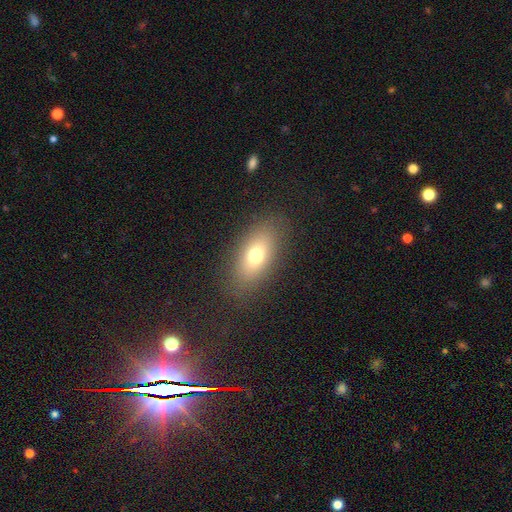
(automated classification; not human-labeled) Smooth or featured: smooth — 71% (featured or disk — 18%)
How rounded: in between — 85% (cigar-shaped — 8%)
Merging: none — 84% (minor disturbance — 10%)